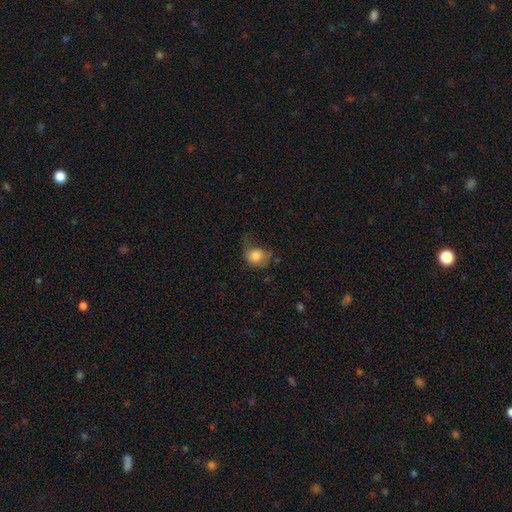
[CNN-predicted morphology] smooth 80%, featured or disk 11%, star or artifact 9%. Down the decision tree: how rounded — round (66%); merging — none (35%).